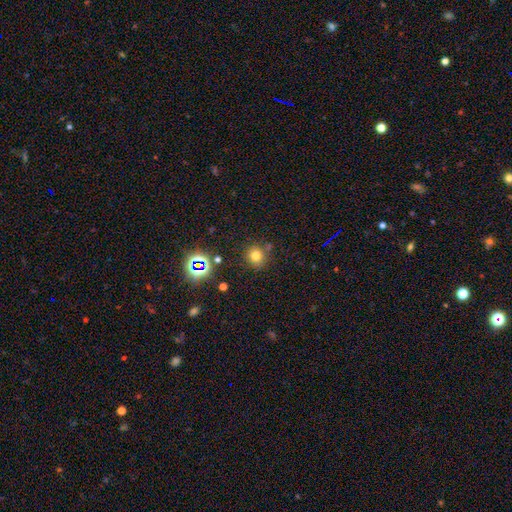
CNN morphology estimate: Smooth or featured? smooth (72%)
How rounded? round (86%)
Merging? none (78%)